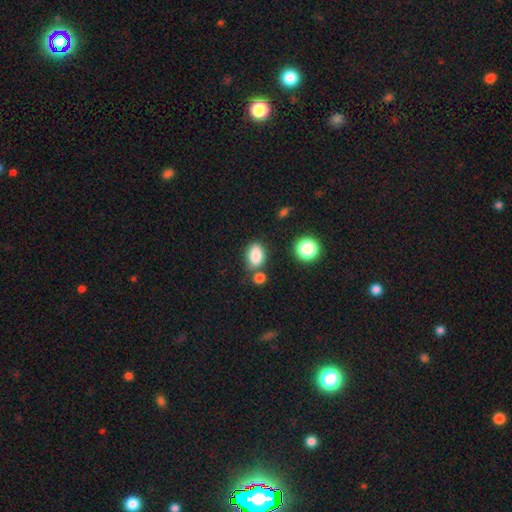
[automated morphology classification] smooth_or_featured: smooth (p=0.84) [alt: star or artifact p=0.10]
how_rounded: in between (p=0.83) [alt: round p=0.15]
merging: none (p=0.65) [alt: minor disturbance p=0.16]